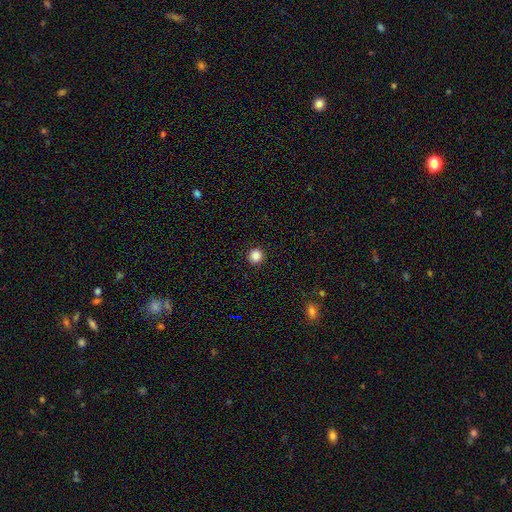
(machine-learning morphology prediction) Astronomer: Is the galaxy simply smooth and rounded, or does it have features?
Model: smooth — 86%.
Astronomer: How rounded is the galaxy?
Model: round — 94%.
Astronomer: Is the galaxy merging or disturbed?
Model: none — 93%.